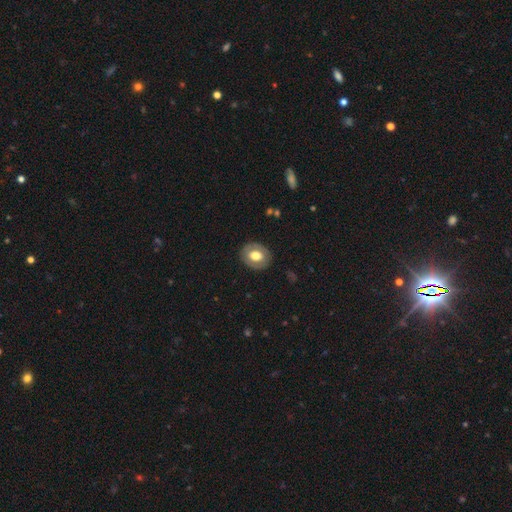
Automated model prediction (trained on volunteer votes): Q: Smooth or featured?
A: smooth (59%); runner-up: featured or disk (34%)
Q: How rounded?
A: round (51%); runner-up: in between (48%)
Q: Merging?
A: none (86%); runner-up: minor disturbance (10%)